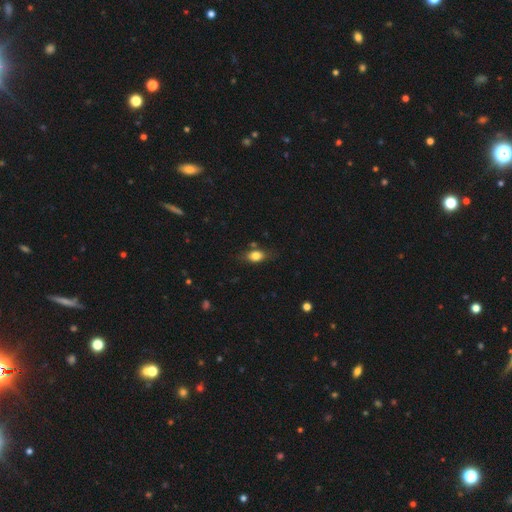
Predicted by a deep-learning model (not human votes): smooth-or-featured: smooth: 81% | featured or disk: 11% | star or artifact: 9%
  how-rounded: in between: 81% | round: 13% | cigar-shaped: 6%
  merging: none: 73% | minor disturbance: 19% | major disturbance: 5% | merger: 4%